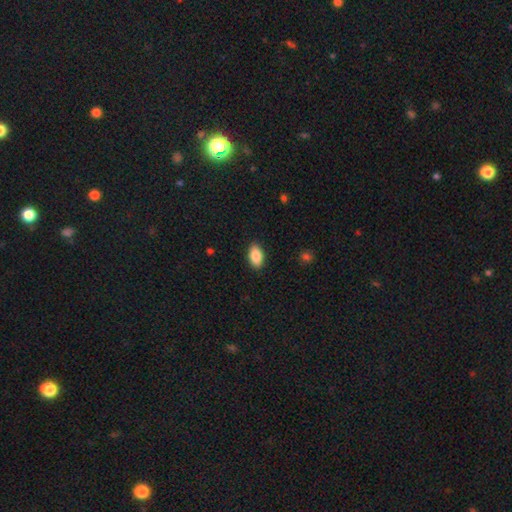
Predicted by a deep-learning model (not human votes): smooth_or_featured: smooth (p=0.87) [alt: star or artifact p=0.07]
how_rounded: in between (p=0.93) [alt: round p=0.04]
merging: none (p=0.89) [alt: minor disturbance p=0.08]